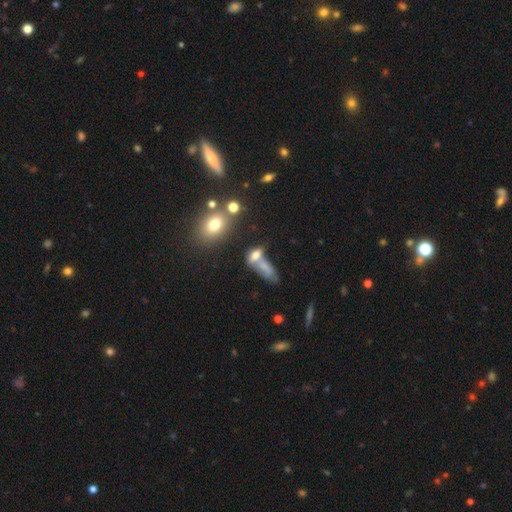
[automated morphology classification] smooth 63%, featured or disk 22%, star or artifact 15%. Down the decision tree: how rounded — in between (64%); merging — merger (46%).